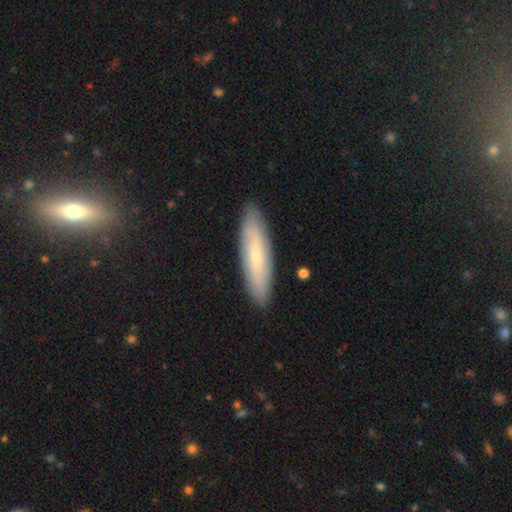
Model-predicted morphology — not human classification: smooth 59%, featured or disk 35%, star or artifact 6%. Down the decision tree: how rounded — cigar-shaped (70%); merging — none (89%).